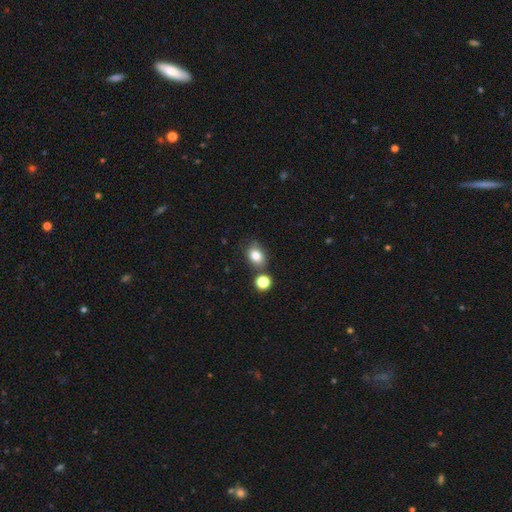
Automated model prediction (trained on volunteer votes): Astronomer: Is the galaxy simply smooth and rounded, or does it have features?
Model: smooth — 81%.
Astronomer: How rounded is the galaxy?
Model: in between — 62% (runner-up: round, 37%).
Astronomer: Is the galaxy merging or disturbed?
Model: none — 68%.